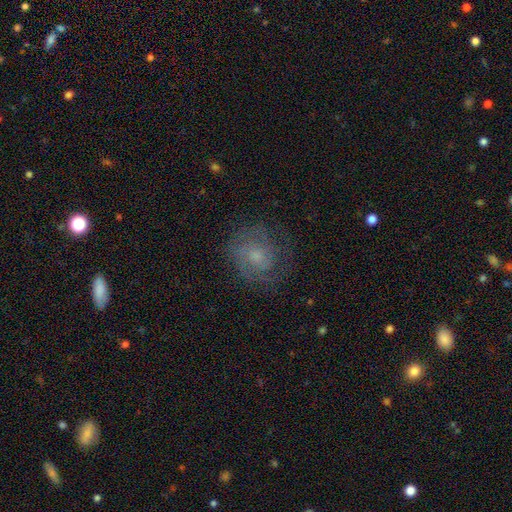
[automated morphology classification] Smooth or featured? Predicted: featured or disk (p=0.62). Edge-on disk? Predicted: no (p=0.97). Bar? Predicted: no (p=0.71). Spiral arms? Predicted: yes (p=0.86). Spiral winding? Predicted: tight (p=0.52). Spiral arm count? Predicted: 2 (p=0.40). Bulge size? Predicted: small (p=0.49). Merging? Predicted: none (p=0.72).